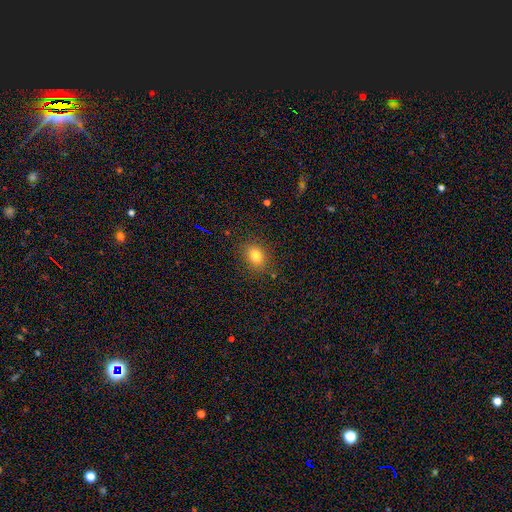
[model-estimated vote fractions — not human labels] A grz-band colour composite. It shows a smooth galaxy with no disk features (80%) that is in between round and cigar-shaped (62%). Merging: none (86%).